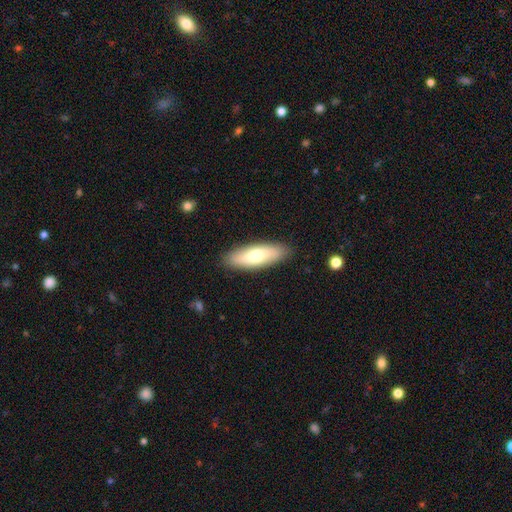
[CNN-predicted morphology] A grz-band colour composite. It shows a smooth galaxy with no disk features (70%) that is in between round and cigar-shaped (60%). Merging: none (88%).